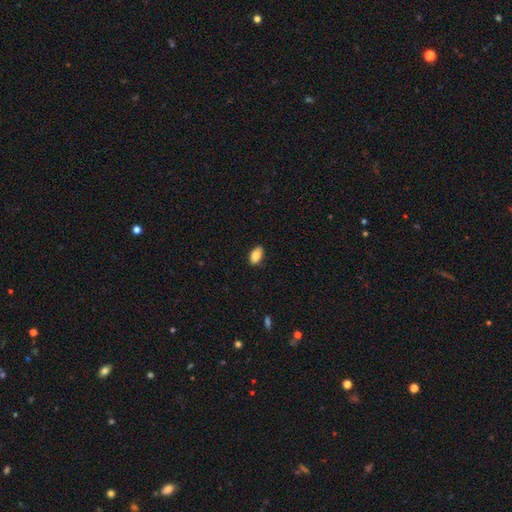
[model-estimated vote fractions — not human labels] smooth-or-featured: smooth: 82% | featured or disk: 11% | star or artifact: 7%
  how-rounded: in between: 92% | round: 6% | cigar-shaped: 3%
  merging: none: 85% | minor disturbance: 12% | major disturbance: 2% | merger: 1%